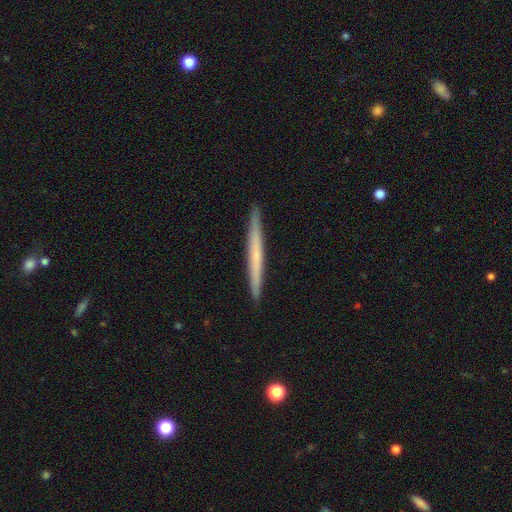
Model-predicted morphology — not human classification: Smooth or featured?
  - smooth: 48% *
  - featured or disk: 47%
  - star or artifact: 6%
Merging?
  - none: 93% *
  - minor disturbance: 5%
  - major disturbance: 1%
  - merger: 1%